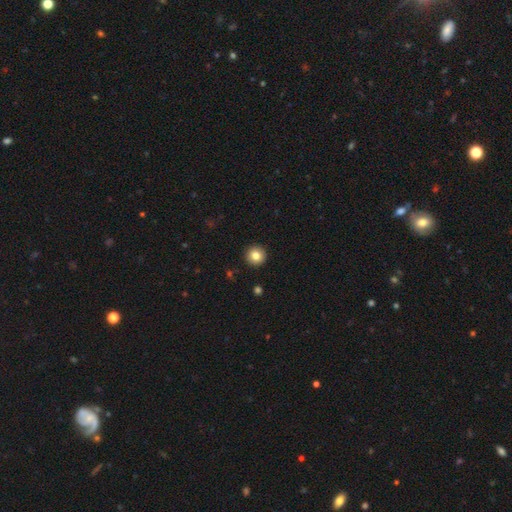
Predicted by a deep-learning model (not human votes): This is clearly a smooth galaxy (83%). How rounded: clearly round (96%). Merging: clearly none (93%).